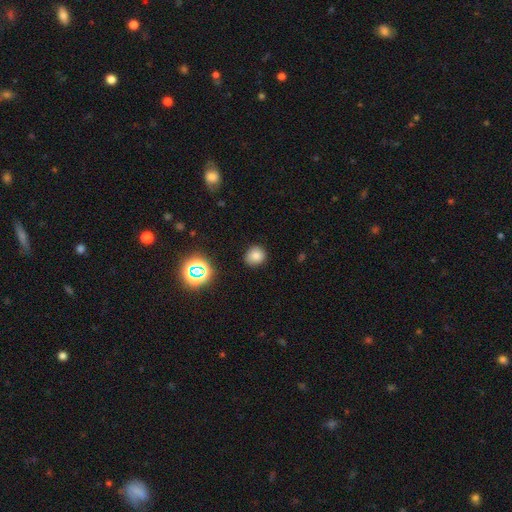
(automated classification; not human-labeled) A smooth galaxy with no disk features (79%) that is round (84%).

Vote fractions:
- Smooth or featured? smooth: 79% / star or artifact: 15% / featured or disk: 6%
- How rounded? round: 84% / in between: 15% / cigar-shaped: 1%
- Merging? none: 86% / minor disturbance: 10% / major disturbance: 2% / merger: 2%